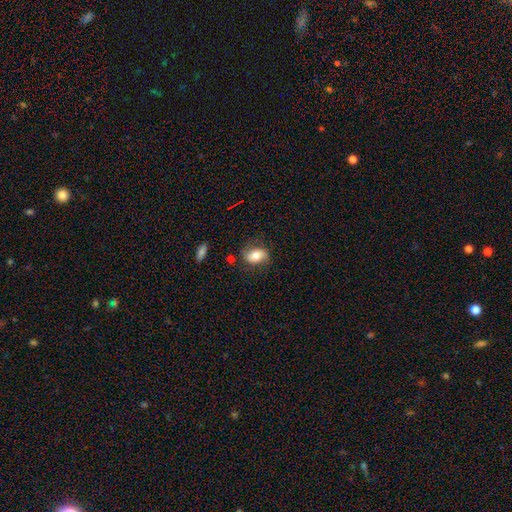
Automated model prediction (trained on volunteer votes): Q: Smooth or featured?
A: smooth (66%); runner-up: featured or disk (26%)
Q: How rounded?
A: in between (84%); runner-up: round (14%)
Q: Merging?
A: none (70%); runner-up: minor disturbance (19%)